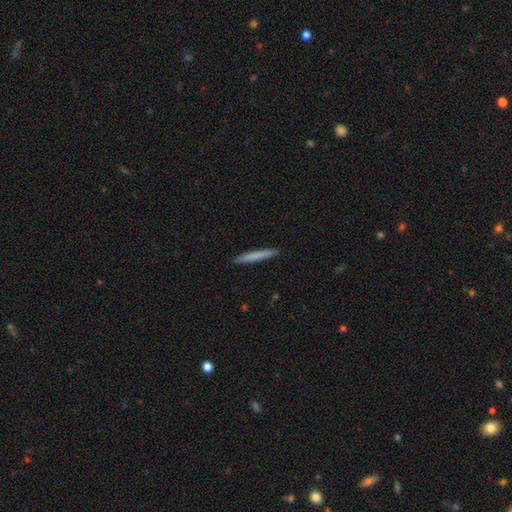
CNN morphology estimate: smooth-or-featured: smooth: 74% | featured or disk: 20% | star or artifact: 5%
  how-rounded: cigar-shaped: 96% | in between: 3% | round: 1%
  merging: none: 92% | minor disturbance: 6% | major disturbance: 1% | merger: 1%